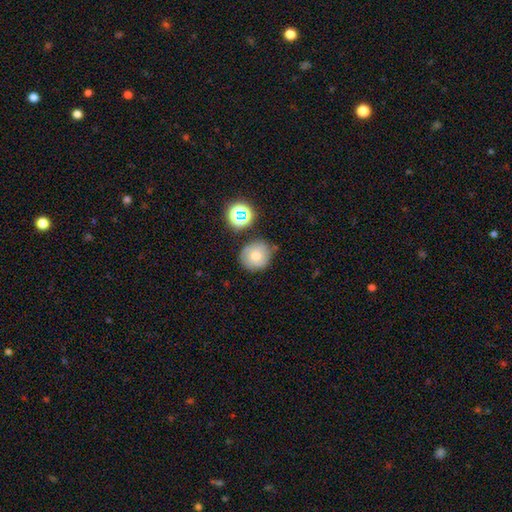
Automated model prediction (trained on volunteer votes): Q: Smooth or featured?
A: smooth (68%); runner-up: featured or disk (18%)
Q: How rounded?
A: round (88%); runner-up: in between (11%)
Q: Merging?
A: none (72%); runner-up: minor disturbance (16%)